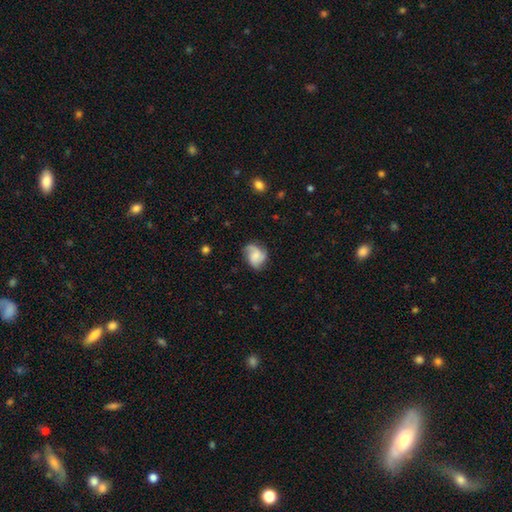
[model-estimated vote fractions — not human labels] Overall: featured or disk (60%; smooth 33%). Edge-on disk: no (98%). Bar: no (67%; weak 28%). Spiral arms: yes (92%). Spiral arm count: 2 (37%; 3 36%). Spiral winding: medium (44%; loose 31%). Bulge size: small (41%; moderate 28%). Merging: none (61%; minor disturbance 25%).